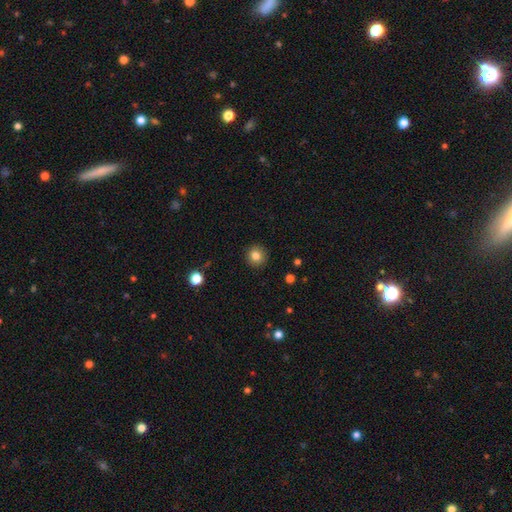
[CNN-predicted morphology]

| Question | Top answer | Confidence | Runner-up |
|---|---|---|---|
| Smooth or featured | smooth | 82% | star or artifact (11%) |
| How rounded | round | 94% | in between (5%) |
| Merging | none | 91% | minor disturbance (6%) |